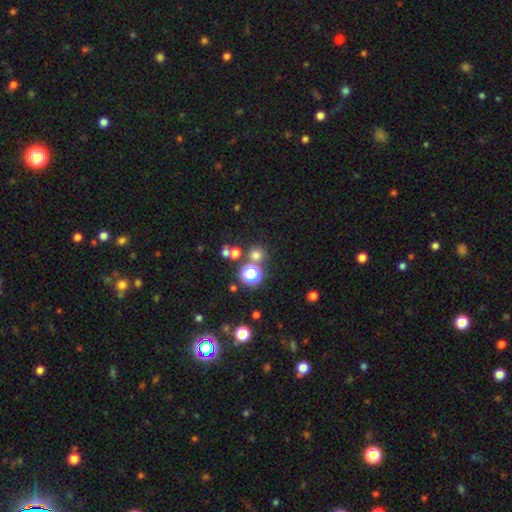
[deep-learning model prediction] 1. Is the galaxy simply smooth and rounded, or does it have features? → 67% smooth, 26% star or artifact, 7% featured or disk.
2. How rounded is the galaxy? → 92% round, 7% in between, 1% cigar-shaped.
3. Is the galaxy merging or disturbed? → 76% none, 13% merger, 7% minor disturbance, 3% major disturbance.